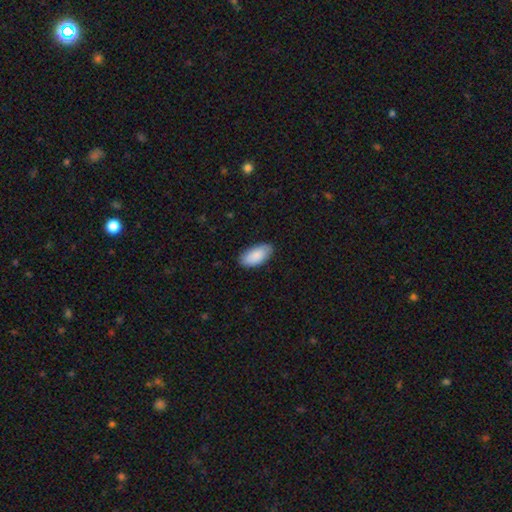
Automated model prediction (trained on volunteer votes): Smooth or featured? Predicted: smooth (p=0.89). How rounded? Predicted: in between (p=0.95). Merging? Predicted: none (p=0.85).